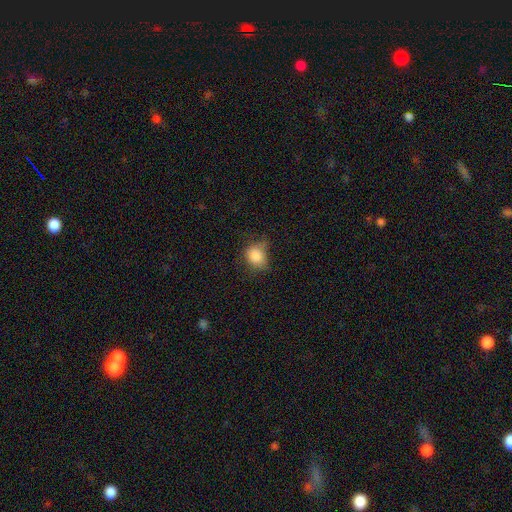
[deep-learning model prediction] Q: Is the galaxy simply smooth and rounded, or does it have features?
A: smooth — 85%.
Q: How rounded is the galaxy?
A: round — 61%.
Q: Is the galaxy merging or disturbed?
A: none — 54%.